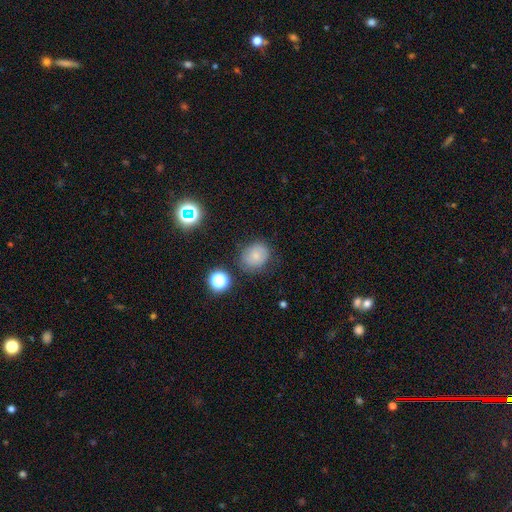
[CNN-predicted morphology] smooth-or-featured: smooth: 75% | star or artifact: 14% | featured or disk: 12%
  how-rounded: round: 68% | in between: 31% | cigar-shaped: 1%
  merging: none: 74% | minor disturbance: 18% | major disturbance: 5% | merger: 3%